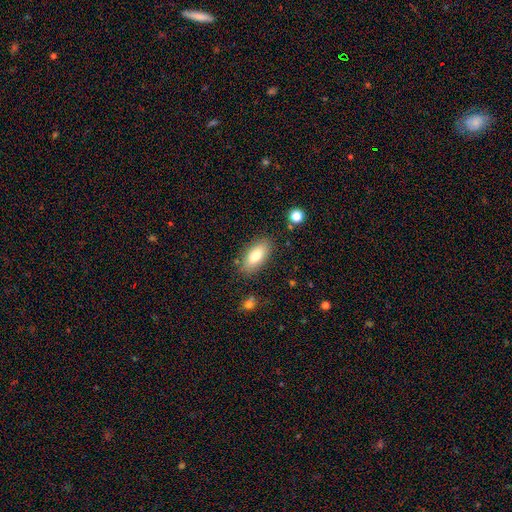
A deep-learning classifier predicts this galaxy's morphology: type=smooth (77%); roundness=in between (87%); merging=none (82%).